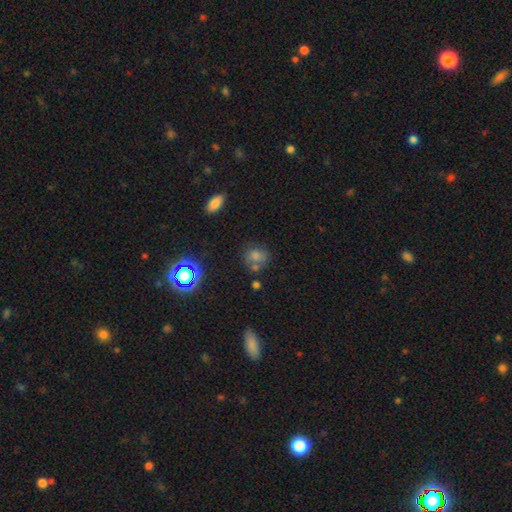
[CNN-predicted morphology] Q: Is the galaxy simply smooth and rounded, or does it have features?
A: smooth — 61%.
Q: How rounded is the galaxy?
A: round — 63%.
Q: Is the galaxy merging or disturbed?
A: none — 57%.